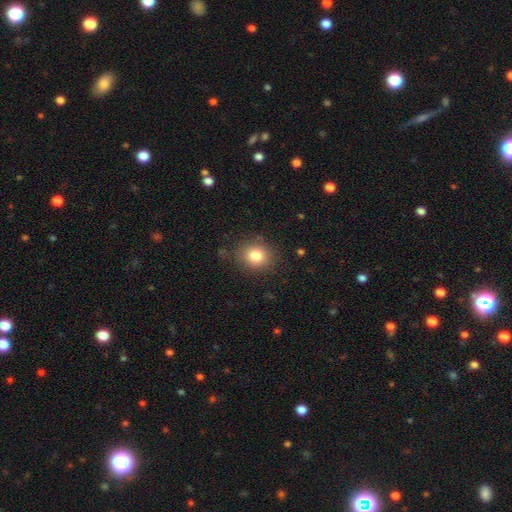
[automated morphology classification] Smooth or featured: smooth — 82% (star or artifact — 11%)
How rounded: round — 73% (in between — 26%)
Merging: none — 84% (minor disturbance — 11%)